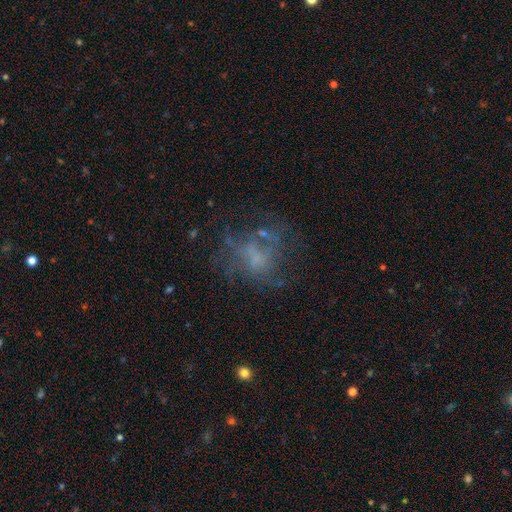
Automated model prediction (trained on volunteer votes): A featured or disk galaxy (52%) with no bar (79%), no spiral arms (72%) and no central bulge (49%). Merging: none (49%).